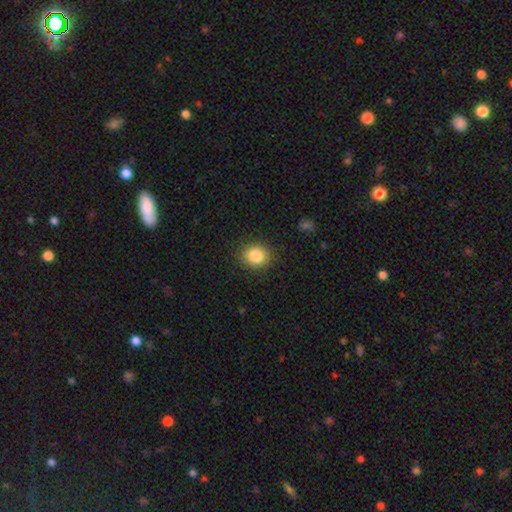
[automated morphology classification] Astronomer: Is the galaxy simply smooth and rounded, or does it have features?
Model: smooth — 84%.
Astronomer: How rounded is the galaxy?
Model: round — 77%.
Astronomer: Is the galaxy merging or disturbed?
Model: none — 89%.